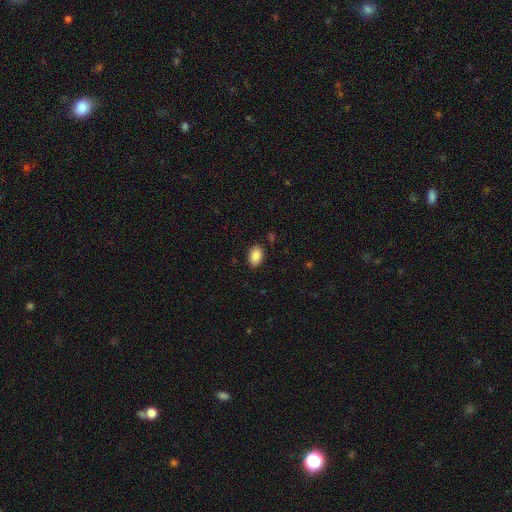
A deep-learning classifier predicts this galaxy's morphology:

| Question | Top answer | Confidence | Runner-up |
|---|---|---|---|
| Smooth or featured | smooth | 89% | star or artifact (7%) |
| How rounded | in between | 89% | round (9%) |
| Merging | none | 87% | minor disturbance (9%) |